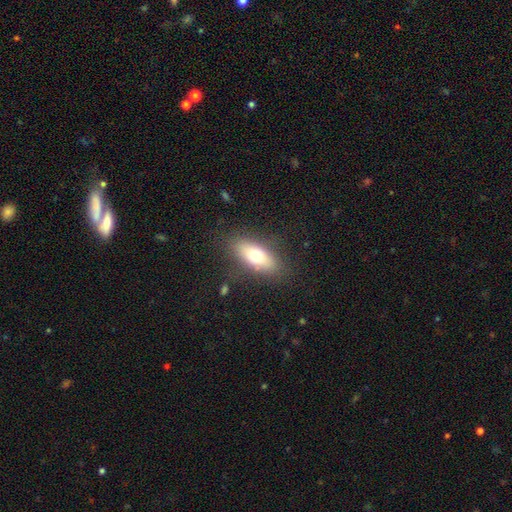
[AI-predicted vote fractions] Overall: smooth (69%). How rounded: in between (76%). Merging: none (82%).